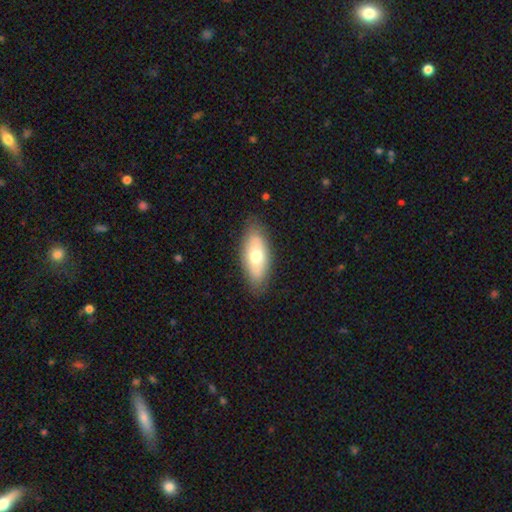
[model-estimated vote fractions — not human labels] Smooth or featured?
  - smooth: 61% *
  - featured or disk: 33%
  - star or artifact: 6%
How rounded?
  - in between: 85% *
  - cigar-shaped: 12%
  - round: 3%
Merging?
  - none: 82% *
  - minor disturbance: 14%
  - major disturbance: 3%
  - merger: 1%